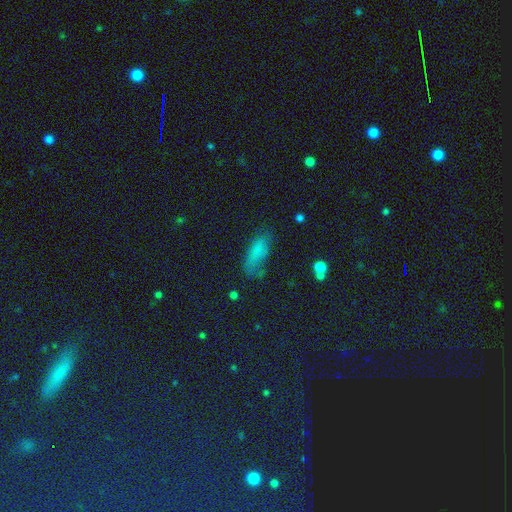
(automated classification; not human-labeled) Smooth or featured? Predicted: smooth (p=0.44). Merging? Predicted: none (p=0.67).